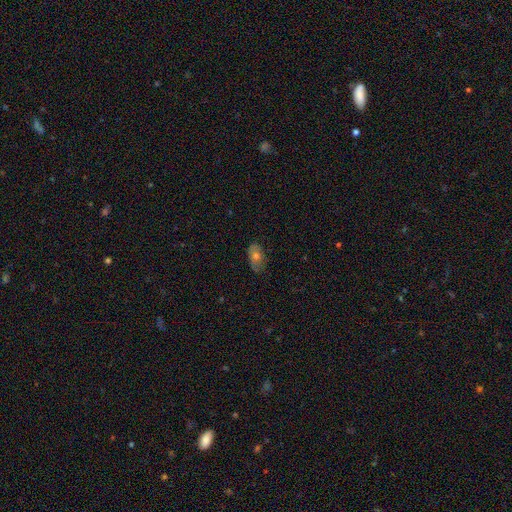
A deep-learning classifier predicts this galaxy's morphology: Smooth or featured?
  - smooth: 50% *
  - featured or disk: 38%
  - star or artifact: 12%
Merging?
  - none: 74% *
  - minor disturbance: 20%
  - major disturbance: 5%
  - merger: 1%